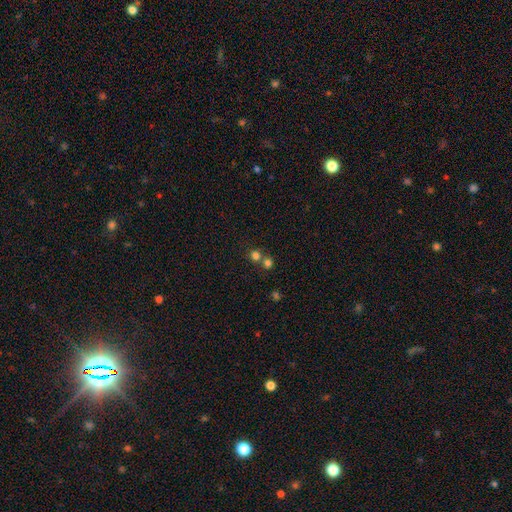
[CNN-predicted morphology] Smooth or featured? smooth (74%)
How rounded? round (89%)
Merging? none (53%)